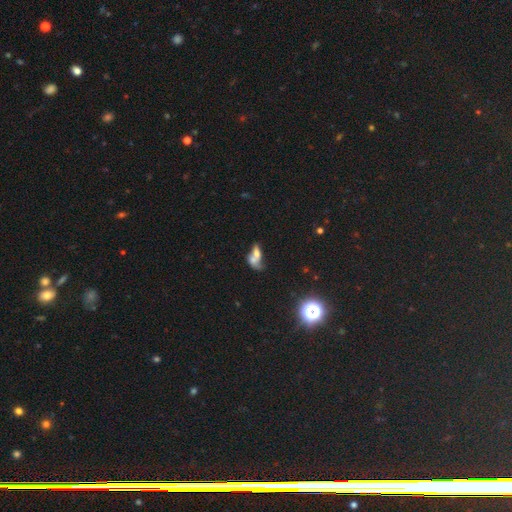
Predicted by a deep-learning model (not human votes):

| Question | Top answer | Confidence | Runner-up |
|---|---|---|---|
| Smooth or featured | smooth | 52% | featured or disk (31%) |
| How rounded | in between | 73% | round (15%) |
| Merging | merger | 63% | none (16%) |